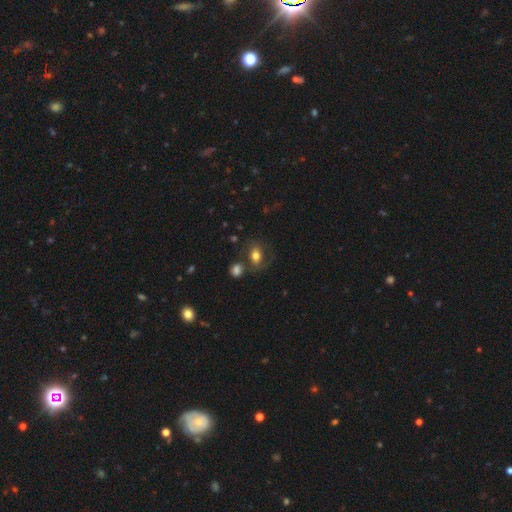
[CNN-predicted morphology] This is likely a smooth galaxy (68%). How rounded: likely in between (72%). Merging: possibly none (59%).